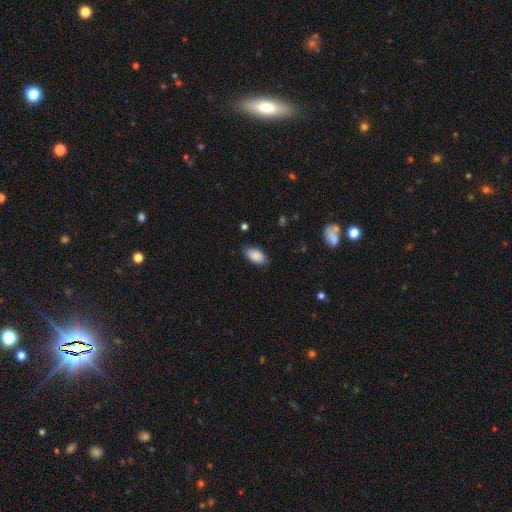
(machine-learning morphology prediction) Smooth or featured? smooth (88%)
How rounded? in between (94%)
Merging? none (81%)